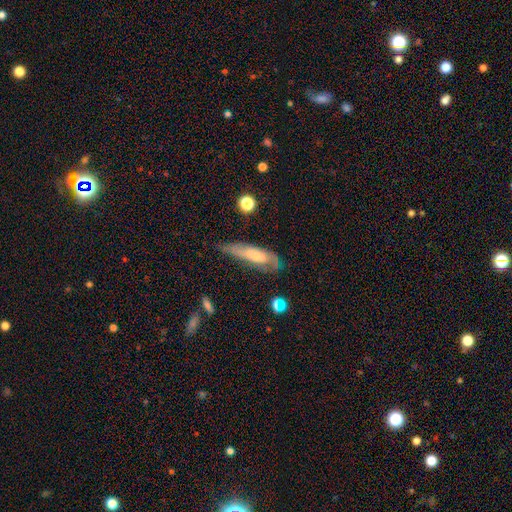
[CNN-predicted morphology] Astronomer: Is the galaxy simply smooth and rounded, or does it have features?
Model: featured or disk — 49% (runner-up: smooth, 44%).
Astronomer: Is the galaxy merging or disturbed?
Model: none — 46% (runner-up: minor disturbance, 35%).